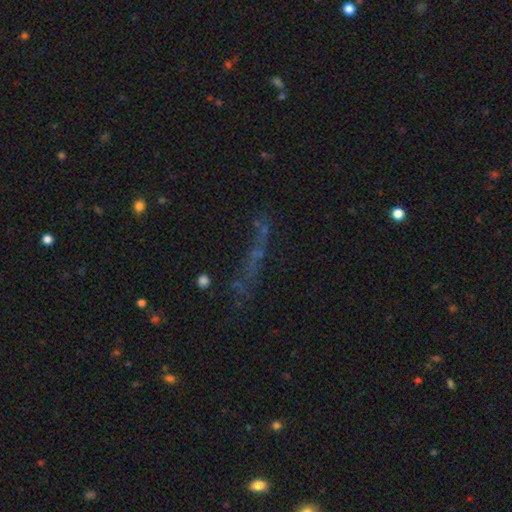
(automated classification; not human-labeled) Smooth or featured? Predicted: star or artifact (p=0.41).